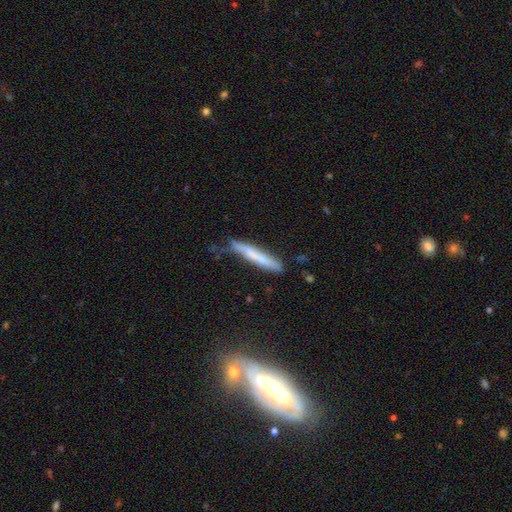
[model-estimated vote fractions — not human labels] smooth 61%, featured or disk 32%, star or artifact 7%. Down the decision tree: how rounded — cigar-shaped (94%); merging — none (67%).